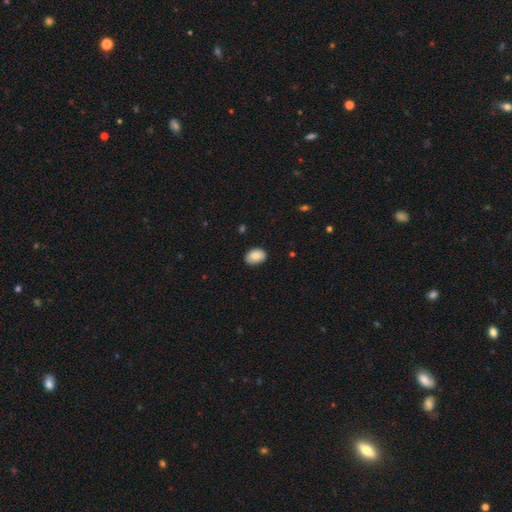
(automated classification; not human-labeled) smooth 85%, featured or disk 8%, star or artifact 7%. Down the decision tree: how rounded — in between (82%); merging — none (86%).